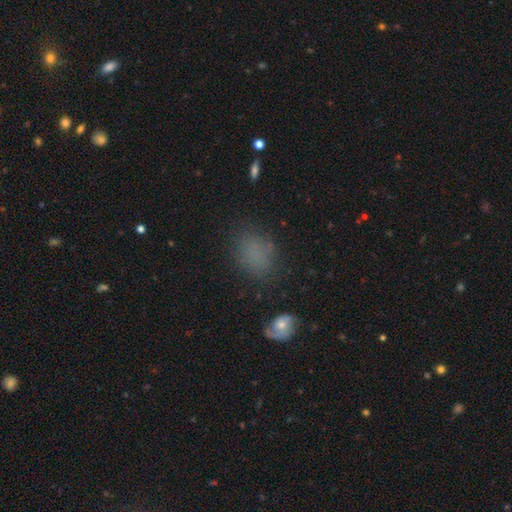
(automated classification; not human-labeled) Smooth or featured?
  - smooth: 72% *
  - star or artifact: 18%
  - featured or disk: 10%
How rounded?
  - in between: 57% *
  - round: 41%
  - cigar-shaped: 2%
Merging?
  - none: 72% *
  - minor disturbance: 17%
  - major disturbance: 8%
  - merger: 3%